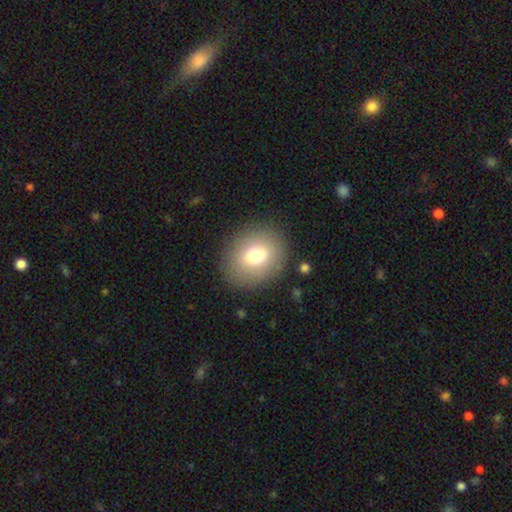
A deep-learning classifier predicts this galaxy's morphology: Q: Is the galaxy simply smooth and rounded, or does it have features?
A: smooth — 73%.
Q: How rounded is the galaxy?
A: round — 66%.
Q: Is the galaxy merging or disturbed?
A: none — 87%.